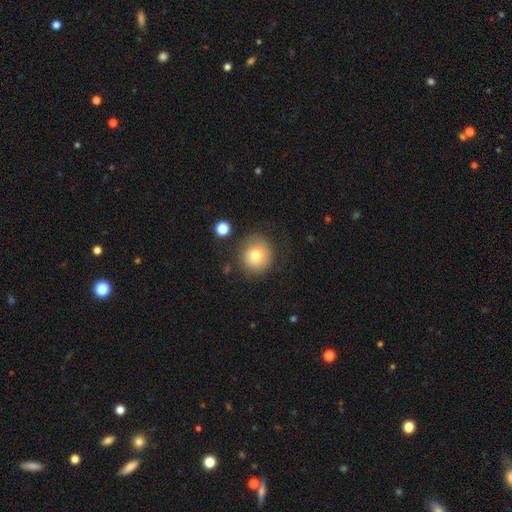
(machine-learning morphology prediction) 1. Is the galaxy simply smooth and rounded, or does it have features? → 75% smooth, 14% featured or disk, 11% star or artifact.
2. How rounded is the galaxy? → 89% round, 10% in between, 1% cigar-shaped.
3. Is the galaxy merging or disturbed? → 79% none, 13% minor disturbance, 5% major disturbance, 3% merger.